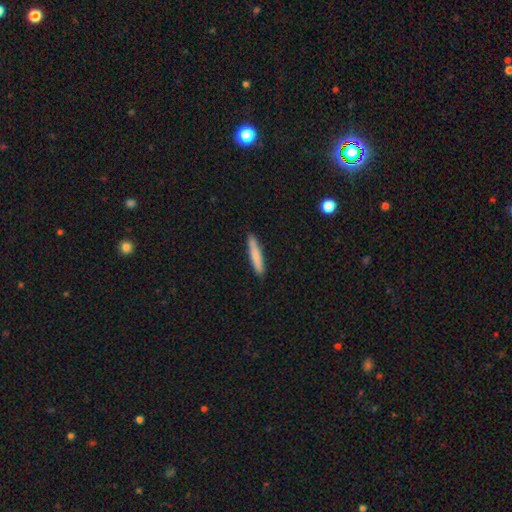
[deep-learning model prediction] Smooth or featured: smooth — 79% (featured or disk — 16%)
How rounded: cigar-shaped — 93% (in between — 6%)
Merging: none — 88% (minor disturbance — 9%)